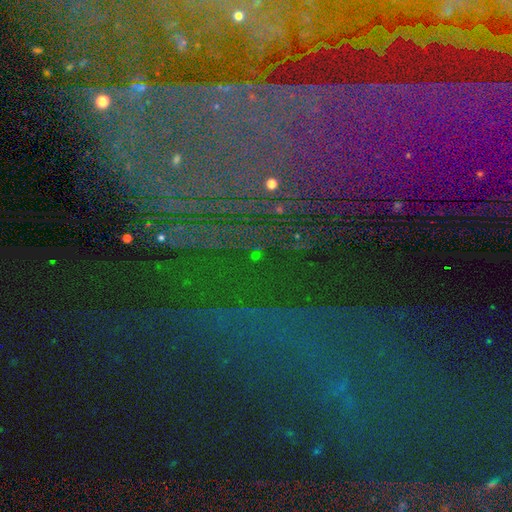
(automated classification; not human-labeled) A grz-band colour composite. It shows a star or artifact, not a galaxy (84%).